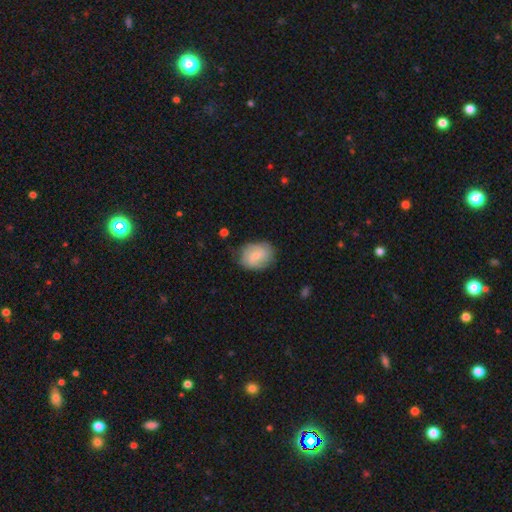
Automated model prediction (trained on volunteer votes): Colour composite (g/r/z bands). It shows a smooth galaxy with no disk features (62%) that is in between round and cigar-shaped (62%). Merging: none (70%).